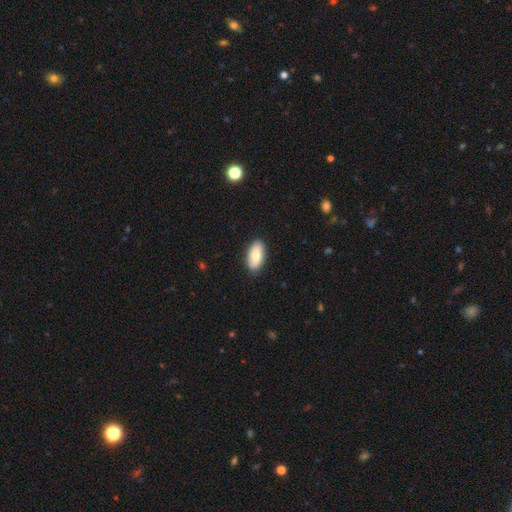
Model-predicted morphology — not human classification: The model was most divided on "smooth or featured": smooth: 81%, featured or disk: 13%, star or artifact: 6%. More confident: how rounded — in between (93%); merging — none (88%).